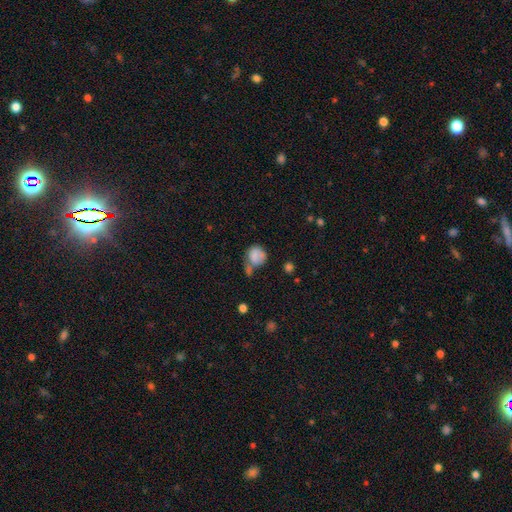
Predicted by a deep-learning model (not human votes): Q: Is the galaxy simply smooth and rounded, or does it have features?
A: smooth — 77%.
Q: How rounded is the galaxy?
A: round — 69%.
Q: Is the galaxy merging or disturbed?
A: none — 34%.